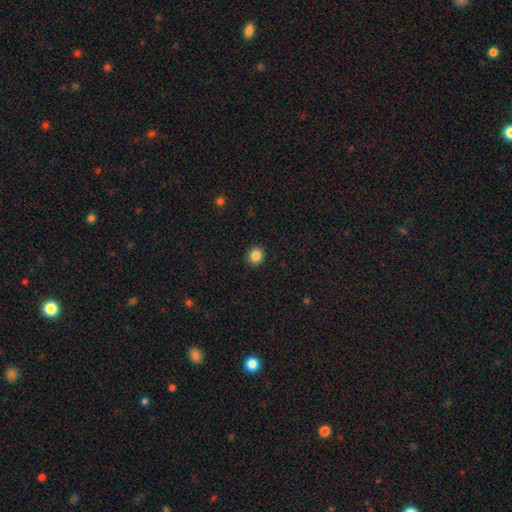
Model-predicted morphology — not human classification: A smooth galaxy with no disk features (86%) that is round (80%). Merging: none (91%).